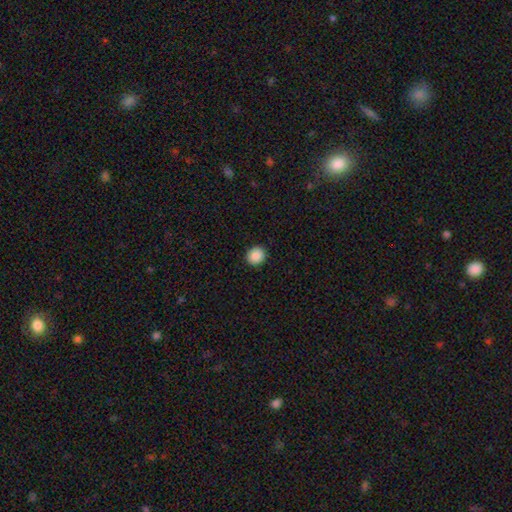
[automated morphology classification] Smooth or featured?
  - smooth: 89% *
  - star or artifact: 9%
  - featured or disk: 3%
How rounded?
  - round: 88% *
  - in between: 11%
  - cigar-shaped: 1%
Merging?
  - none: 92% *
  - minor disturbance: 5%
  - major disturbance: 2%
  - merger: 1%